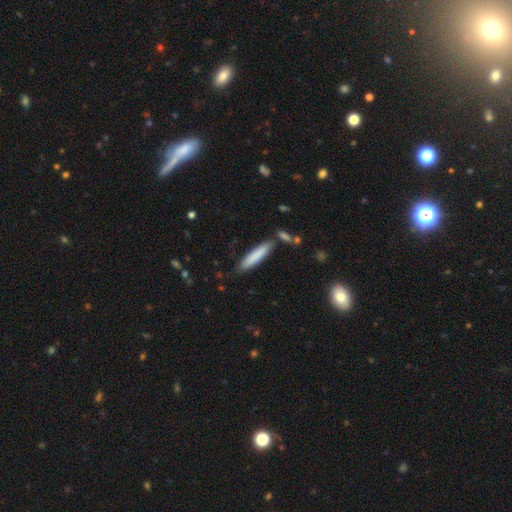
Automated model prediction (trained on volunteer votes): Smooth or featured? smooth (82%)
How rounded? cigar-shaped (85%)
Merging? none (81%)